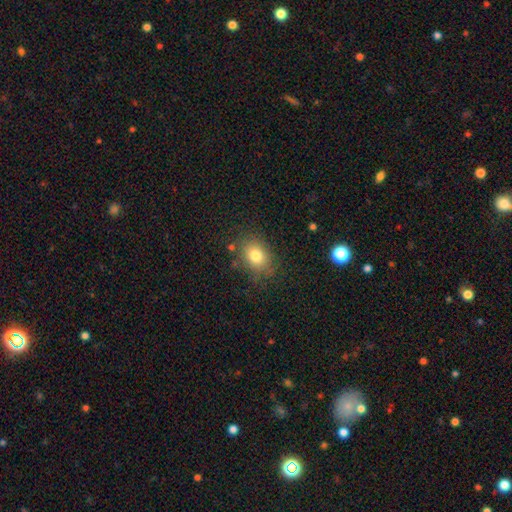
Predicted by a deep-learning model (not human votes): smooth_or_featured: smooth (p=0.79) [alt: star or artifact p=0.11]
how_rounded: in between (p=0.58) [alt: round p=0.41]
merging: none (p=0.79) [alt: minor disturbance p=0.14]